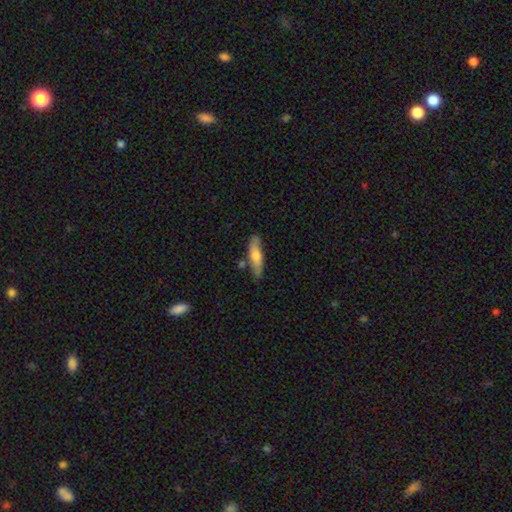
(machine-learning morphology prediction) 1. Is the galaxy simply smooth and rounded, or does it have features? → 63% smooth, 31% featured or disk, 6% star or artifact.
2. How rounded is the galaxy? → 66% cigar-shaped, 32% in between, 2% round.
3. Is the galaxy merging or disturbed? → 71% none, 19% minor disturbance, 6% merger, 4% major disturbance.